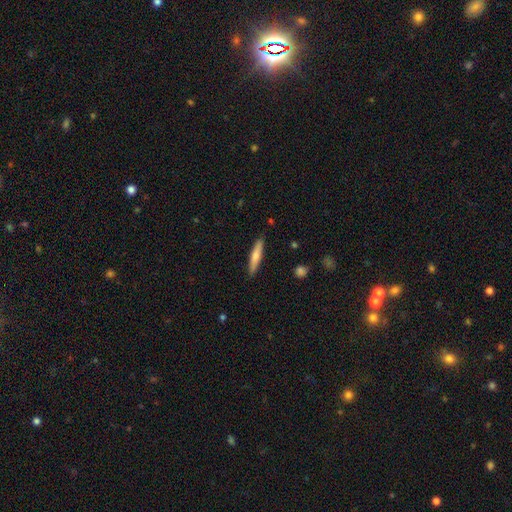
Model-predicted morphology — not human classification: This is likely a smooth galaxy (65%). How rounded: clearly cigar-shaped (88%). Merging: clearly none (89%).